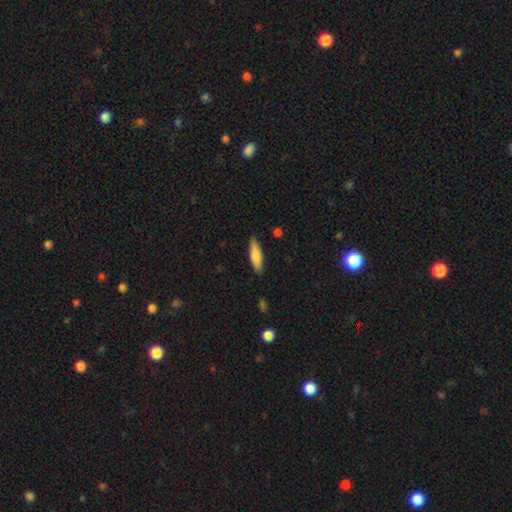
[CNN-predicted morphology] Smooth or featured? Predicted: smooth (p=0.78). How rounded? Predicted: cigar-shaped (p=0.58). Merging? Predicted: none (p=0.85).